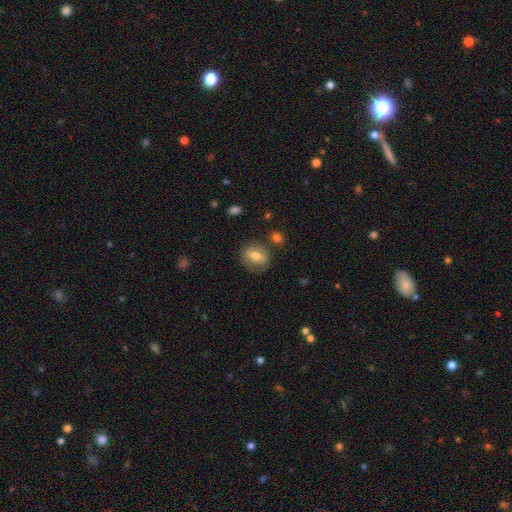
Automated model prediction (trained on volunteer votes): A smooth galaxy with no disk features (66%) that is round (51%). Merging: none (80%).